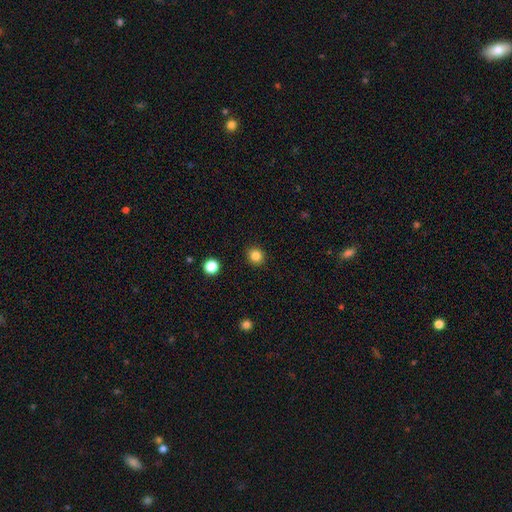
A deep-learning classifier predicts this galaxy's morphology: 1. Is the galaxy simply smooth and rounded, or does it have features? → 84% smooth, 12% star or artifact, 4% featured or disk.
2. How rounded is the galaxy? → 91% round, 8% in between, 1% cigar-shaped.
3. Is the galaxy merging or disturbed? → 92% none, 5% minor disturbance, 2% major disturbance, 1% merger.